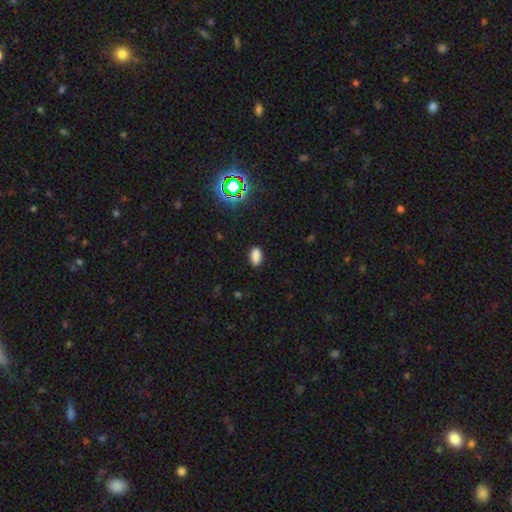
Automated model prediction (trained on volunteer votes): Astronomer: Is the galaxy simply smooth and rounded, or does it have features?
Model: smooth — 82%.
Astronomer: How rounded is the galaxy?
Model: in between — 90%.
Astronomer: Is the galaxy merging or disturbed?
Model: none — 85%.